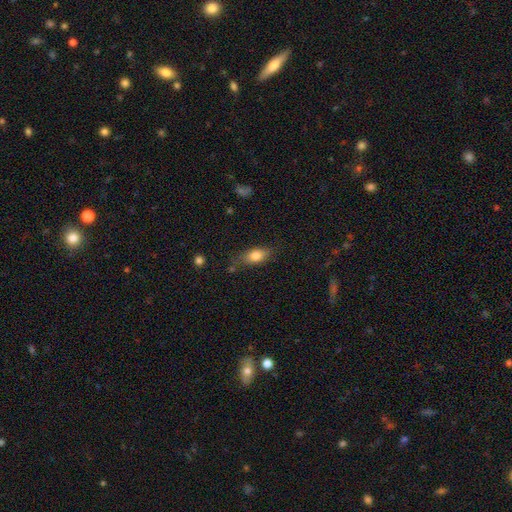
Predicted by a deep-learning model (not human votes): Smooth or featured?
  - smooth: 78% *
  - featured or disk: 14%
  - star or artifact: 8%
How rounded?
  - in between: 82% *
  - cigar-shaped: 10%
  - round: 8%
Merging?
  - none: 70% *
  - minor disturbance: 21%
  - major disturbance: 6%
  - merger: 4%